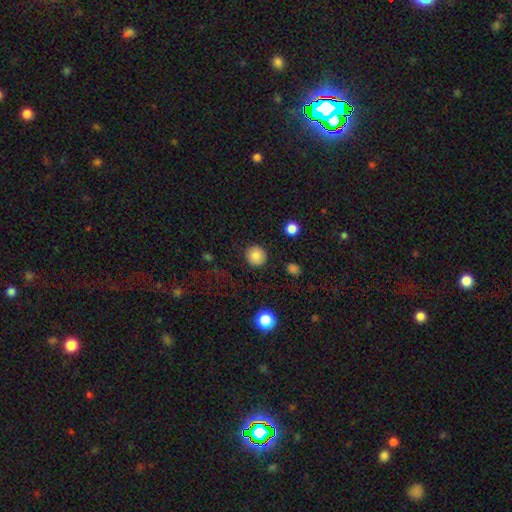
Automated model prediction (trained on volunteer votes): Overall: smooth (84%). How rounded: round (92%). Merging: none (90%).